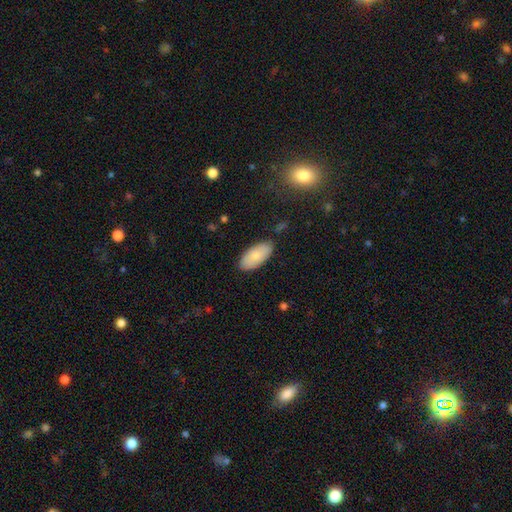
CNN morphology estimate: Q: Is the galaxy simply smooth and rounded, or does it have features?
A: smooth — 78%.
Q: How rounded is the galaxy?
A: in between — 93%.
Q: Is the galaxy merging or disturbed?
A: none — 83%.